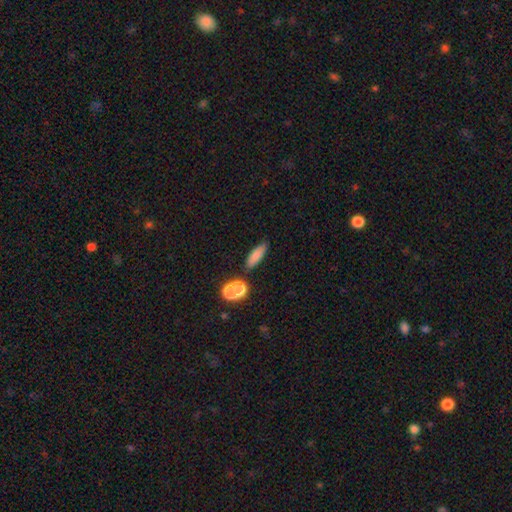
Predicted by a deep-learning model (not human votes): smooth 78%, star or artifact 11%, featured or disk 11%. Down the decision tree: how rounded — in between (50%); merging — none (76%).